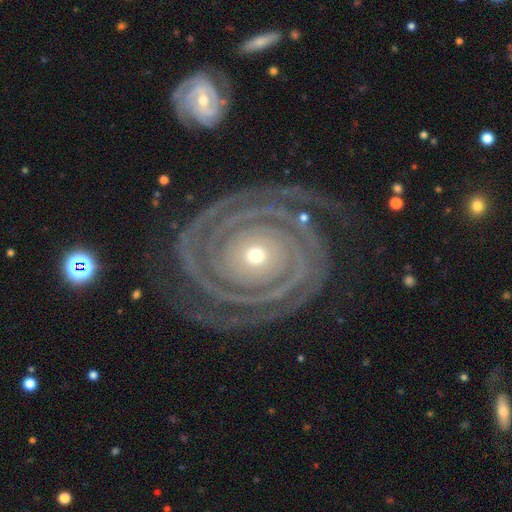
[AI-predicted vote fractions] This is clearly a featured or disk galaxy (93%). It is clearly not viewed edge-on (97%). Bar: likely no (80%). Spiral arm pattern: clearly yes (99%). Spiral arm count: likely 2 (79%). Spiral winding: clearly tight (91%). Central bulge: possibly small (59%). Merging: clearly none (81%).